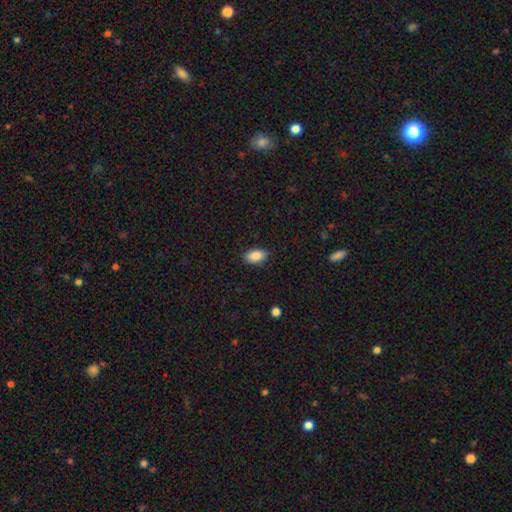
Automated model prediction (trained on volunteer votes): Smooth or featured? Predicted: smooth (p=0.88). How rounded? Predicted: in between (p=0.93). Merging? Predicted: none (p=0.88).